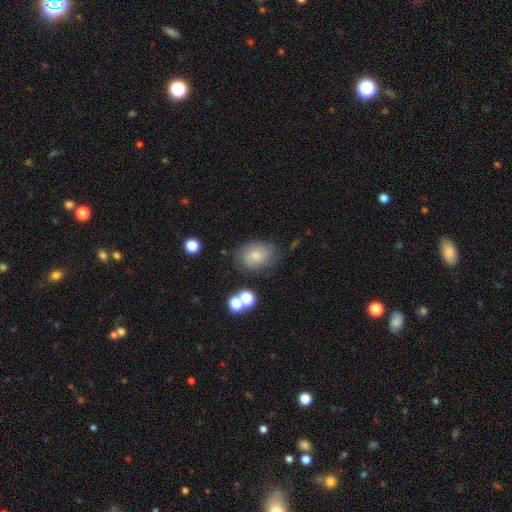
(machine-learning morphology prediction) Q: Smooth or featured?
A: smooth (62%); runner-up: featured or disk (27%)
Q: How rounded?
A: in between (71%); runner-up: round (27%)
Q: Merging?
A: none (67%); runner-up: minor disturbance (21%)